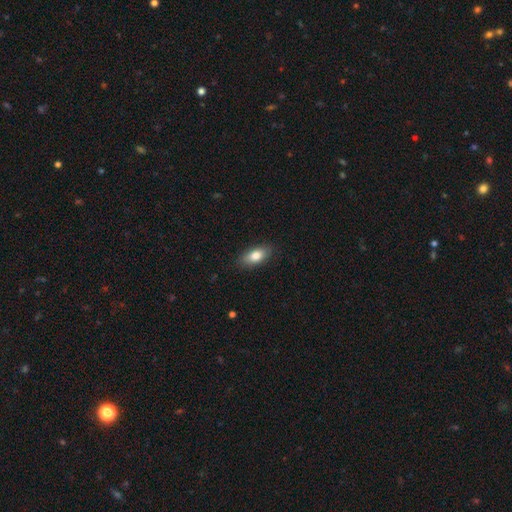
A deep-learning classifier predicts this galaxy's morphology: The model was most divided on "smooth or featured": smooth: 80%, featured or disk: 13%, star or artifact: 7%. More confident: merging — none (86%); how rounded — in between (84%).